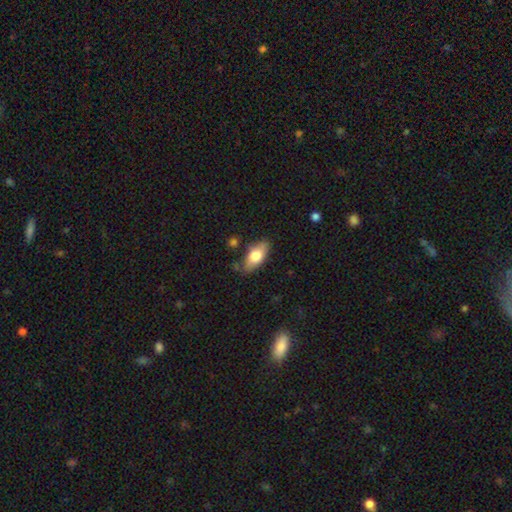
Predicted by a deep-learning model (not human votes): Q: Smooth or featured?
A: smooth (70%); runner-up: featured or disk (24%)
Q: How rounded?
A: in between (84%); runner-up: cigar-shaped (13%)
Q: Merging?
A: none (75%); runner-up: minor disturbance (18%)